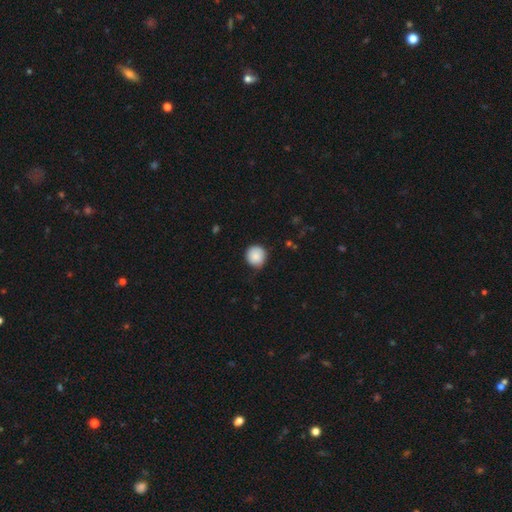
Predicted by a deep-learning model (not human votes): This is clearly a smooth galaxy (88%). How rounded: clearly round (91%). Merging: likely none (79%).